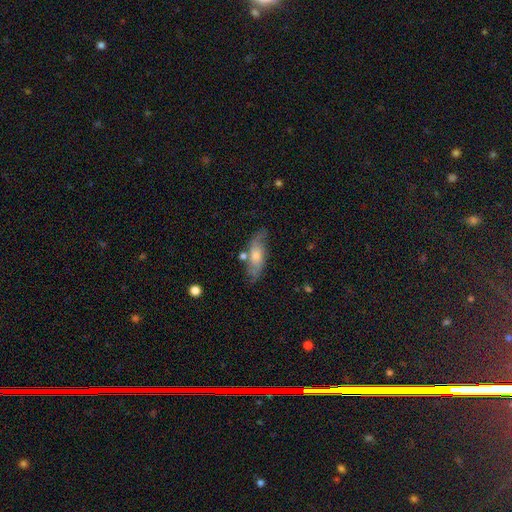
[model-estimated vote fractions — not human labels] This is possibly a featured or disk galaxy (52%). It is likely not viewed edge-on (71%). Merging: likely none (68%).